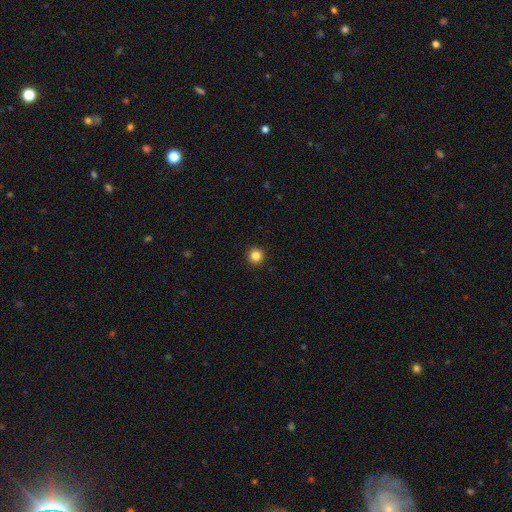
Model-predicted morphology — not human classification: Smooth or featured?
  - smooth: 85% *
  - star or artifact: 11%
  - featured or disk: 4%
How rounded?
  - round: 96% *
  - in between: 3%
  - cigar-shaped: 1%
Merging?
  - none: 94% *
  - minor disturbance: 4%
  - major disturbance: 1%
  - merger: 1%